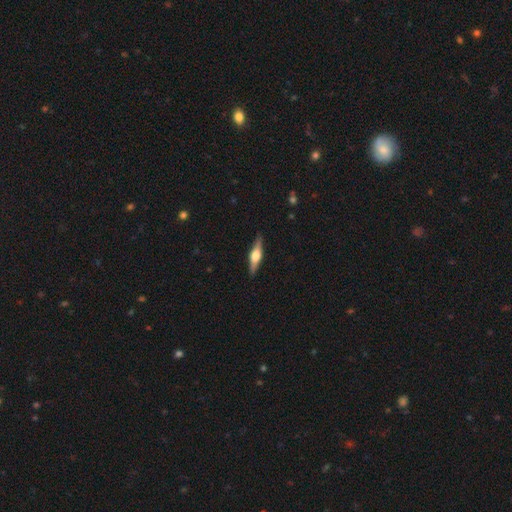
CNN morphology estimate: featured or disk 67%, smooth 28%, star or artifact 5%. Down the decision tree: edge-on disk — yes (97%); edge-on bulge — rounded (93%); merging — none (90%).